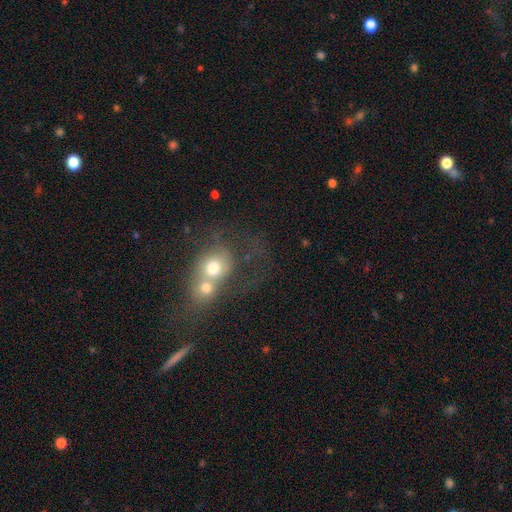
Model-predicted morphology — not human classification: Q: Smooth or featured?
A: smooth (46%); runner-up: featured or disk (33%)
Q: Merging?
A: merger (69%); runner-up: none (15%)